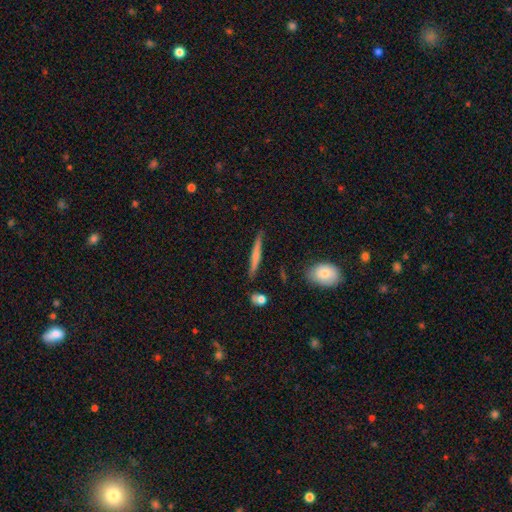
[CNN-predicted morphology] Overall: featured or disk (50%; smooth 44%). Edge-on disk: yes (96%). Merging: none (86%).